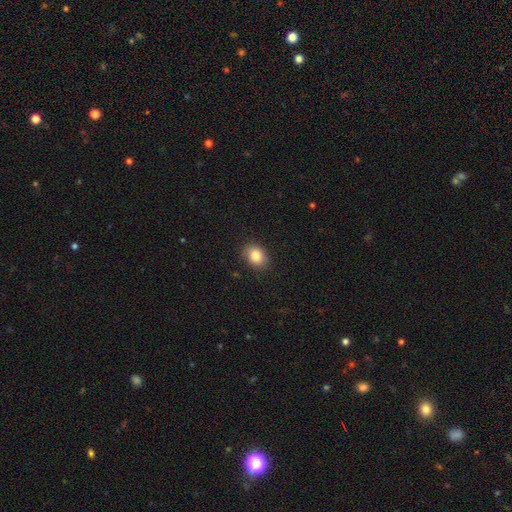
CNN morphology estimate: Smooth or featured?
  - smooth: 85% *
  - star or artifact: 9%
  - featured or disk: 6%
How rounded?
  - in between: 52% *
  - round: 47%
  - cigar-shaped: 1%
Merging?
  - none: 86% *
  - minor disturbance: 11%
  - major disturbance: 3%
  - merger: 1%